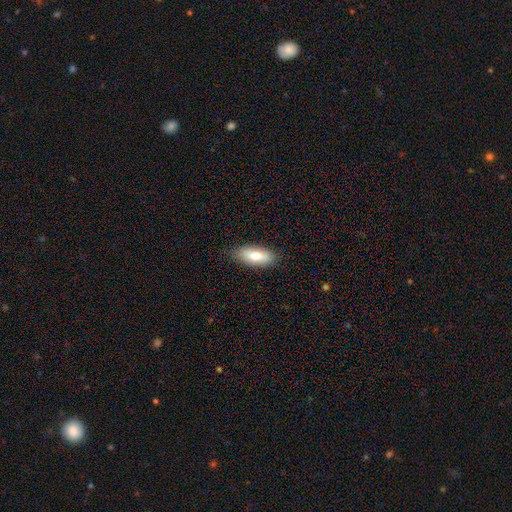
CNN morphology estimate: Smooth or featured? Predicted: smooth (p=0.78). How rounded? Predicted: in between (p=0.80). Merging? Predicted: none (p=0.83).